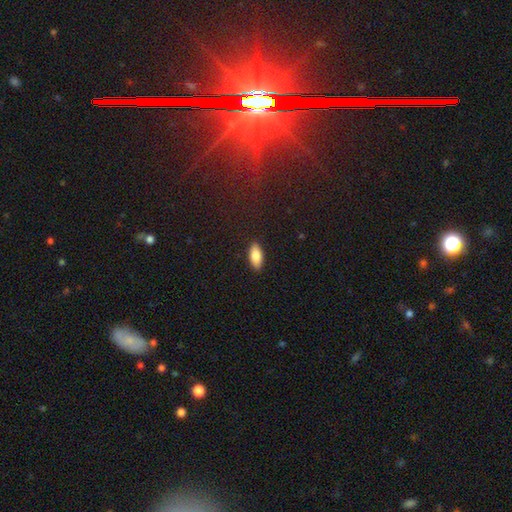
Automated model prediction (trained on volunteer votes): A smooth galaxy with no disk features (83%) that is in between round and cigar-shaped (86%). Merging: none (89%).